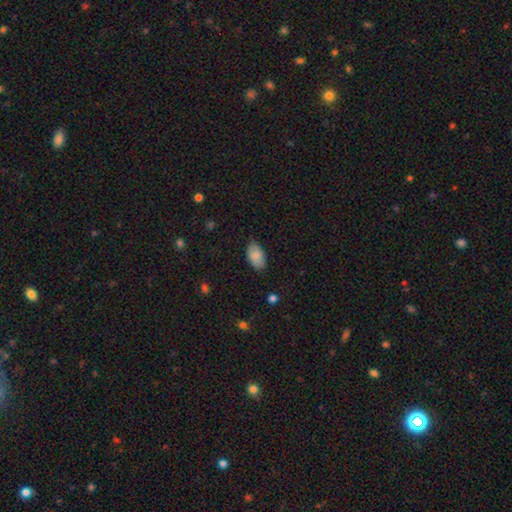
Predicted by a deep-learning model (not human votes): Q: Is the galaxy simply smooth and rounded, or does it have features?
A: smooth — 84%.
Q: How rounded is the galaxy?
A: in between — 94%.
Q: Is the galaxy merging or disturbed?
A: none — 80%.